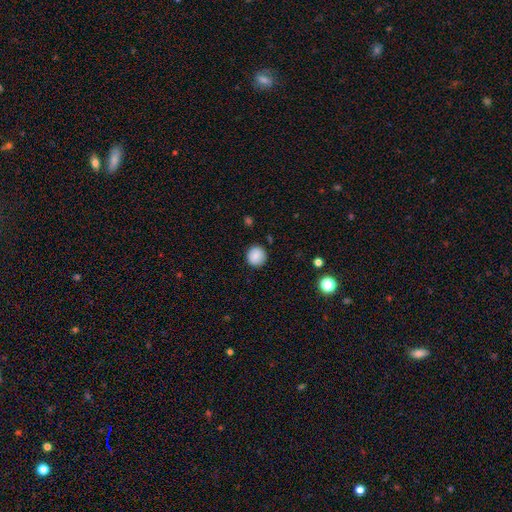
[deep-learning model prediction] Smooth or featured: smooth — 87% (star or artifact — 9%)
How rounded: round — 94% (in between — 5%)
Merging: none — 90% (minor disturbance — 7%)